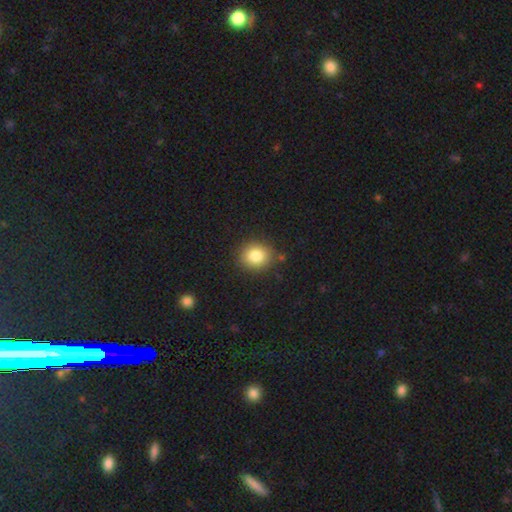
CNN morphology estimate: smooth 84%, star or artifact 10%, featured or disk 6%. Down the decision tree: how rounded — round (77%); merging — none (86%).